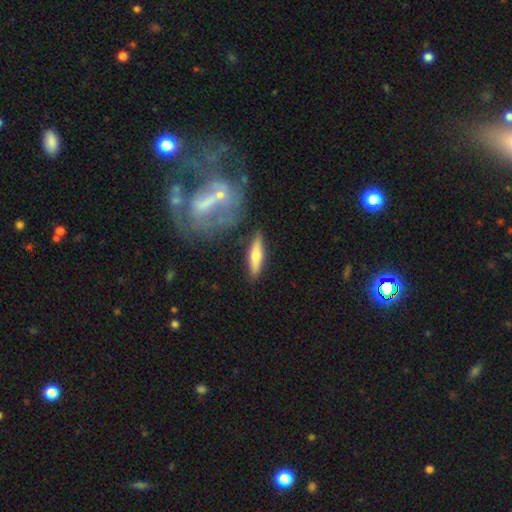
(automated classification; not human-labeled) The model was most divided on "smooth or featured": smooth: 58%, featured or disk: 36%, star or artifact: 6%. More confident: merging — none (84%); how rounded — cigar-shaped (72%).